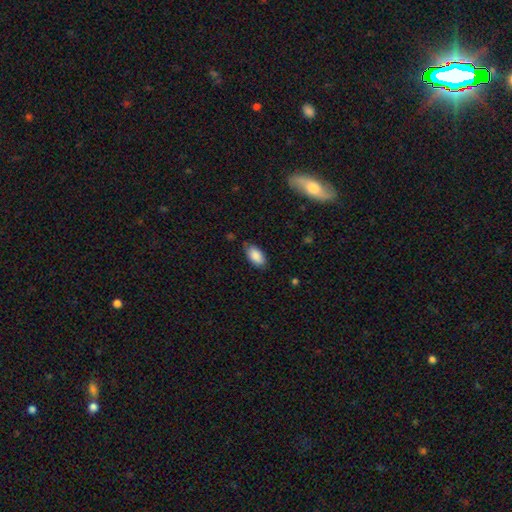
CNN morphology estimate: This appears to be a smooth galaxy with no disk features (88%) that is in between round and cigar-shaped (94%). Merging: none (78%).